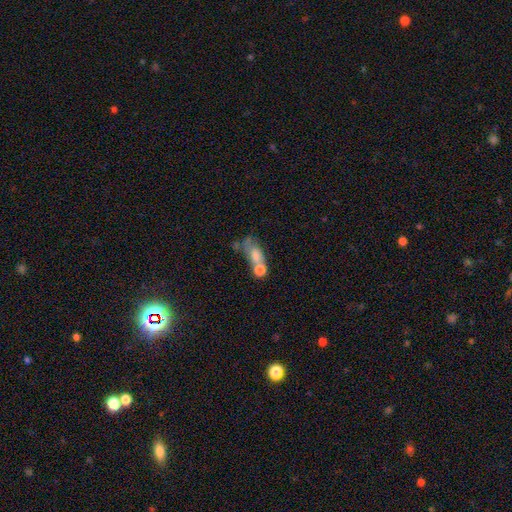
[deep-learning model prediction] Morphology: type=smooth (64%); roundness=in between (70%); merging=merger (44%).